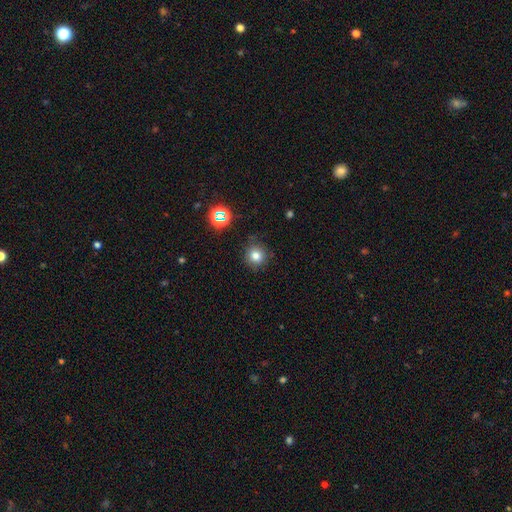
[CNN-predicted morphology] Smooth or featured: smooth — 76% (star or artifact — 17%)
How rounded: round — 91% (in between — 8%)
Merging: none — 82% (minor disturbance — 12%)